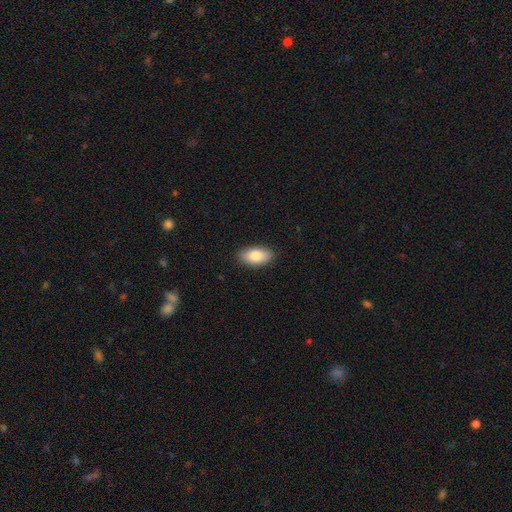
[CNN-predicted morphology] A smooth galaxy with no disk features (83%) that is in between round and cigar-shaped (92%). Merging: none (88%).